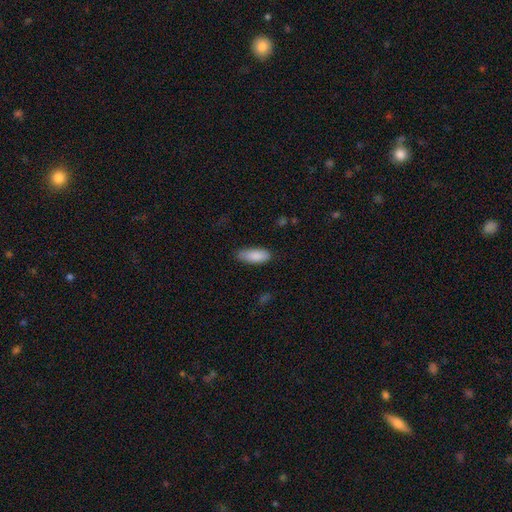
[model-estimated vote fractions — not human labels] Q: Smooth or featured?
A: smooth (88%); runner-up: featured or disk (7%)
Q: How rounded?
A: in between (79%); runner-up: cigar-shaped (20%)
Q: Merging?
A: none (79%); runner-up: minor disturbance (17%)